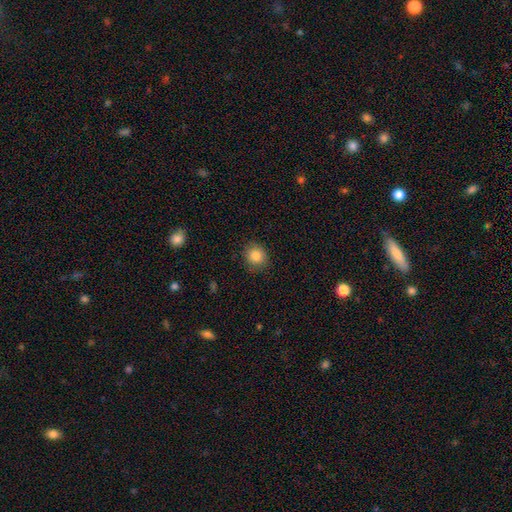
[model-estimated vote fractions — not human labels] Smooth or featured?
  - smooth: 84% *
  - star or artifact: 10%
  - featured or disk: 6%
How rounded?
  - round: 79% *
  - in between: 20%
  - cigar-shaped: 1%
Merging?
  - none: 86% *
  - minor disturbance: 10%
  - major disturbance: 3%
  - merger: 1%